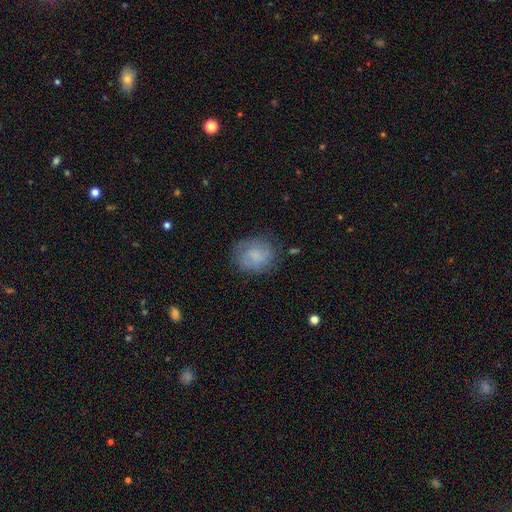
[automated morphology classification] smooth-or-featured: smooth: 70% | featured or disk: 22% | star or artifact: 8%
  how-rounded: round: 68% | in between: 31% | cigar-shaped: 1%
  merging: none: 73% | minor disturbance: 19% | major disturbance: 7% | merger: 2%